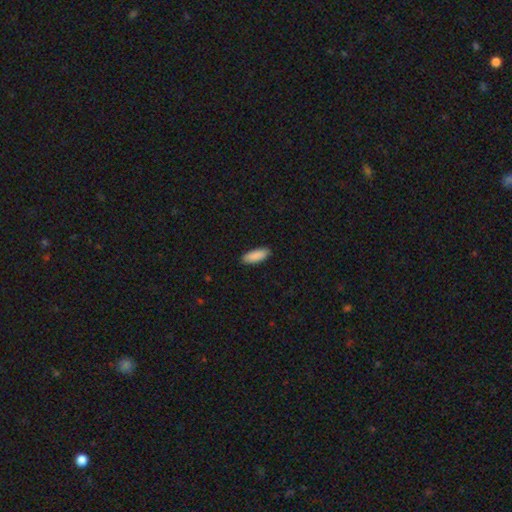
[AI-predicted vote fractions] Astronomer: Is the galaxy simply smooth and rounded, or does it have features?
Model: smooth — 90%.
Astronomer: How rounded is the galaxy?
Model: in between — 67%.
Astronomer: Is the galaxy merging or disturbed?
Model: none — 89%.